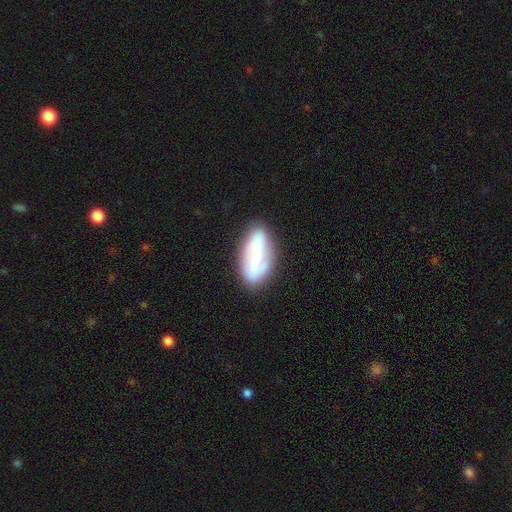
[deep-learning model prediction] Smooth or featured? smooth (53%)
How rounded? in between (80%)
Merging? none (75%)